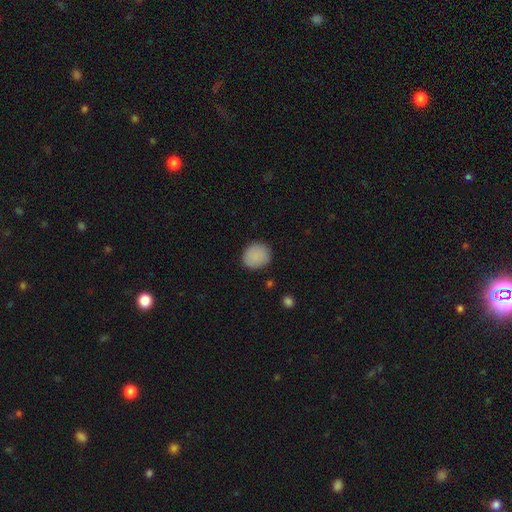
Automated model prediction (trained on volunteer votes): Morphology: type=smooth (88%); roundness=round (76%); merging=none (86%).